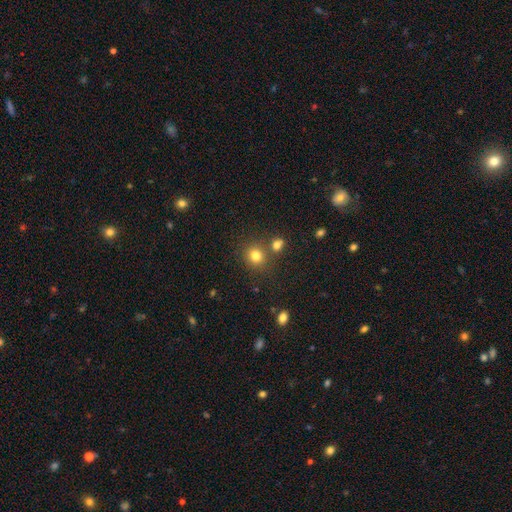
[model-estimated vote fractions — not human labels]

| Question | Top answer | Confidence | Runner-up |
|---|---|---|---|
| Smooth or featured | smooth | 79% | star or artifact (14%) |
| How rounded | round | 80% | in between (19%) |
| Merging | none | 71% | merger (17%) |